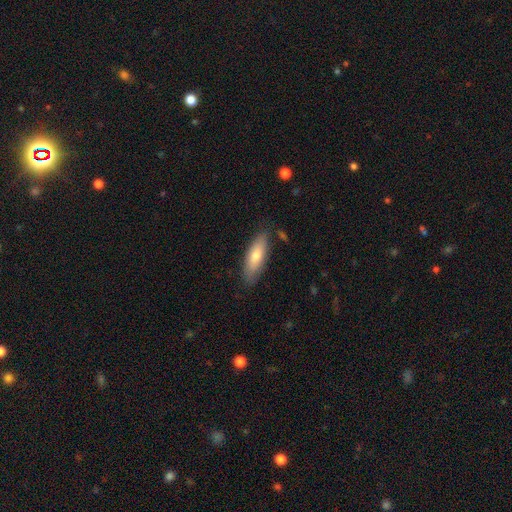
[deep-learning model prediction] smooth 72%, featured or disk 22%, star or artifact 6%. Down the decision tree: how rounded — in between (57%); merging — none (82%).